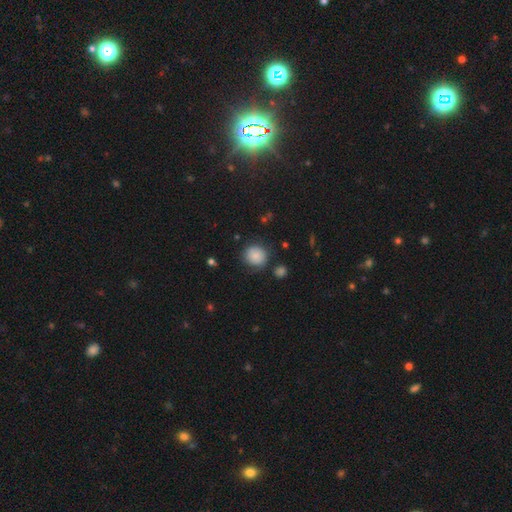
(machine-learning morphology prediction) Smooth or featured? smooth (83%)
How rounded? round (84%)
Merging? none (76%)